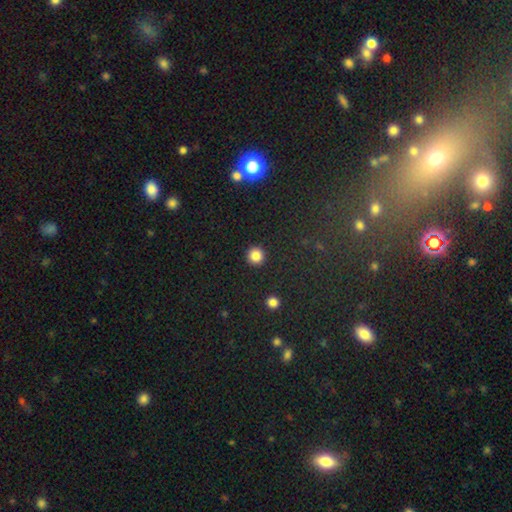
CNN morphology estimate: Q: Smooth or featured?
A: smooth (84%); runner-up: star or artifact (12%)
Q: How rounded?
A: round (96%); runner-up: in between (3%)
Q: Merging?
A: none (93%); runner-up: minor disturbance (4%)